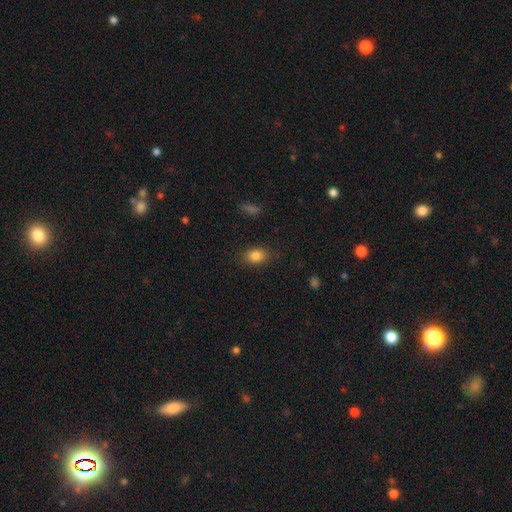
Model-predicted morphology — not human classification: A smooth galaxy with no disk features (84%) that is in between round and cigar-shaped (79%).

Vote fractions:
- Smooth or featured? smooth: 84% / star or artifact: 9% / featured or disk: 7%
- How rounded? in between: 79% / round: 19% / cigar-shaped: 2%
- Merging? none: 85% / minor disturbance: 11% / major disturbance: 3% / merger: 1%